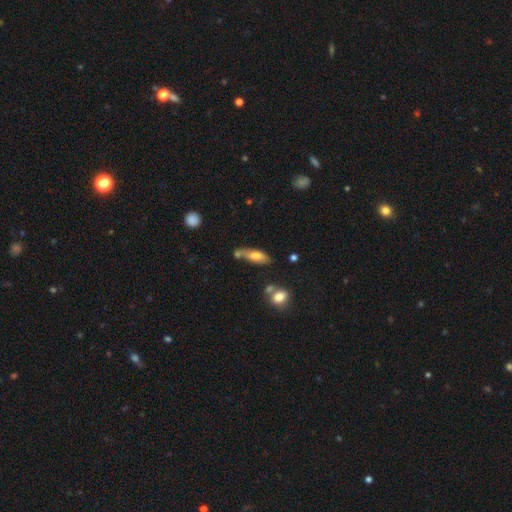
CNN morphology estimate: Smooth or featured?
  - smooth: 65% *
  - featured or disk: 26%
  - star or artifact: 8%
How rounded?
  - in between: 59% *
  - cigar-shaped: 38%
  - round: 3%
Merging?
  - none: 50% *
  - minor disturbance: 22%
  - merger: 20%
  - major disturbance: 7%